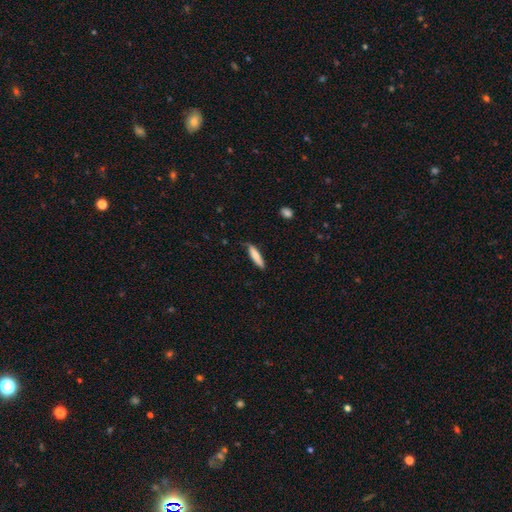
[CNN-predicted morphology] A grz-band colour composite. It shows a smooth galaxy with no disk features (77%) that is cigar-shaped (81%). Merging: none (75%).